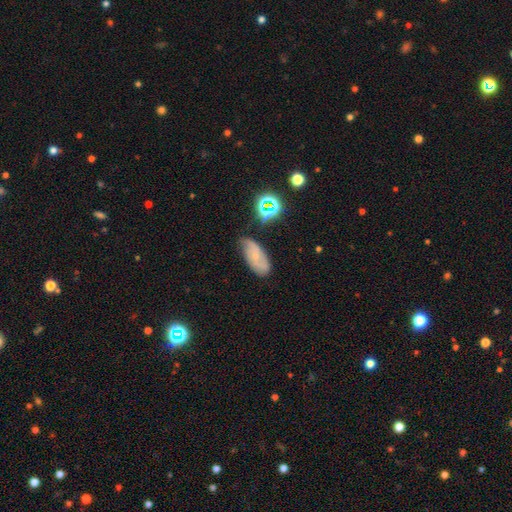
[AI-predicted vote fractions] Smooth or featured? featured or disk (47%)
Merging? none (54%)